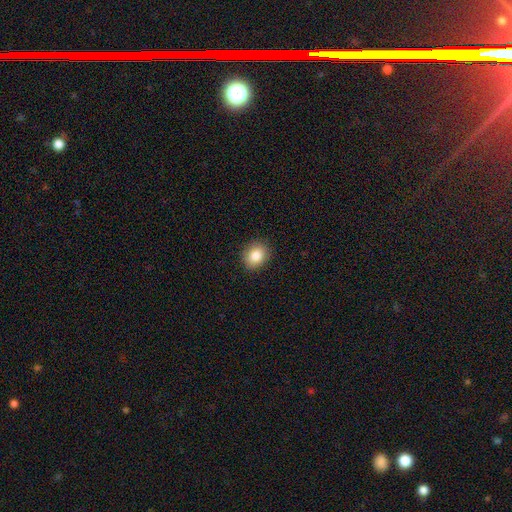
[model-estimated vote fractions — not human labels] A smooth galaxy with no disk features (85%) that is round (58%). Merging: none (89%).